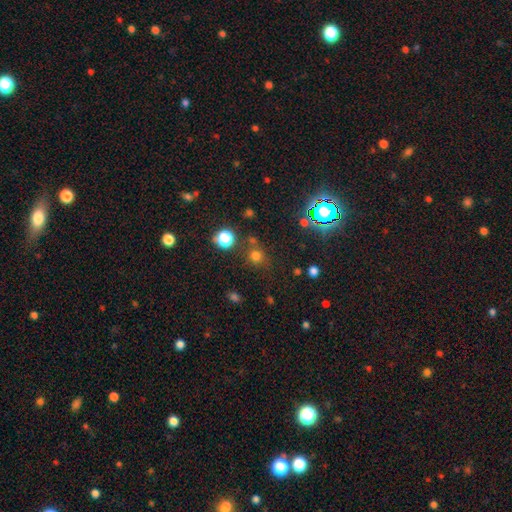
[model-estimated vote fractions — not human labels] Overall: smooth (68%). How rounded: round (88%). Merging: none (74%).